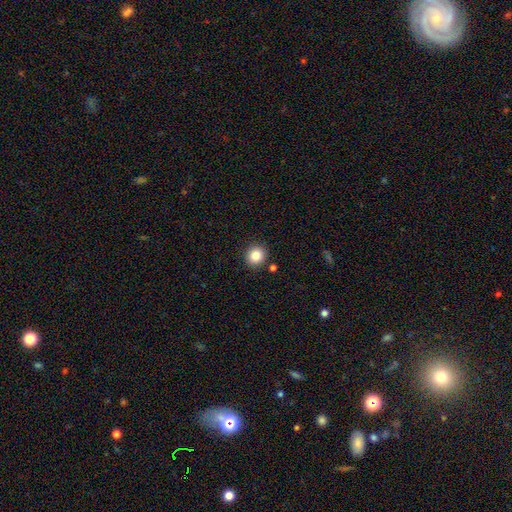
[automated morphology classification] This appears to be a smooth galaxy with no disk features (85%) that is round (86%). Merging: none (89%).